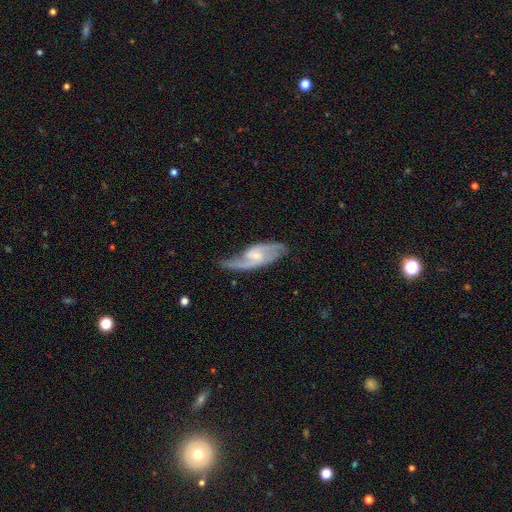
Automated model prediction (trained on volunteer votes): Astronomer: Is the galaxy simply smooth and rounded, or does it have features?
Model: featured or disk — 84%.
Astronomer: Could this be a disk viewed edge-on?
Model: no — 93%.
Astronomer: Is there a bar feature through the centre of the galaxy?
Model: weak — 47% (runner-up: no, 40%).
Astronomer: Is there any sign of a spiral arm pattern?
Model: yes — 95%.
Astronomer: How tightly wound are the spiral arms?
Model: medium — 45% (runner-up: loose, 38%).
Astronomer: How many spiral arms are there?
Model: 2 — 83%.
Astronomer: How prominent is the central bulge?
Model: small — 59%.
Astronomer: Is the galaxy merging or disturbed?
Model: none — 66%.